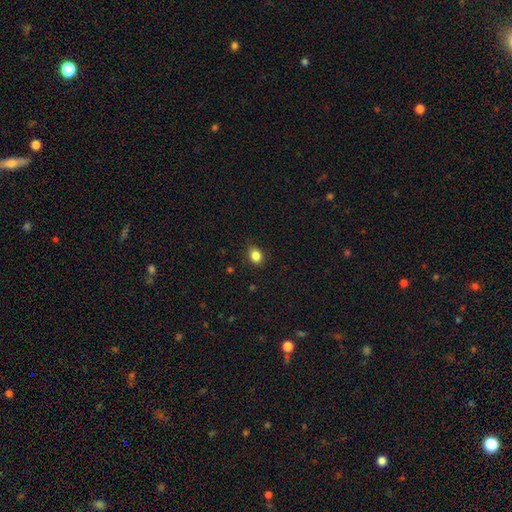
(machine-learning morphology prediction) Smooth or featured? smooth (85%)
How rounded? in between (50%)
Merging? none (84%)